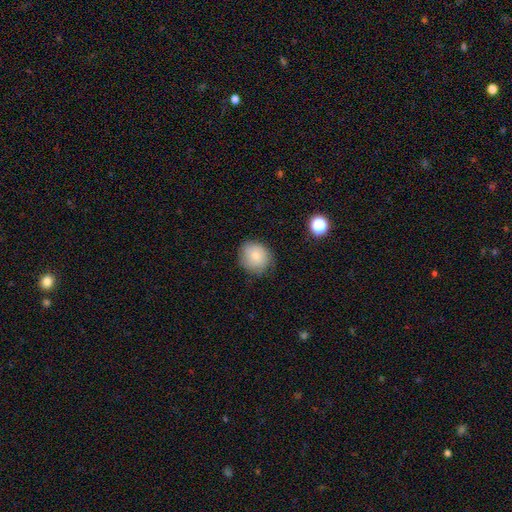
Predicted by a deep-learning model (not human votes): The model was most divided on "how rounded": round: 77%, in between: 22%, cigar-shaped: 1%. More confident: merging — none (76%); smooth or featured — smooth (74%).